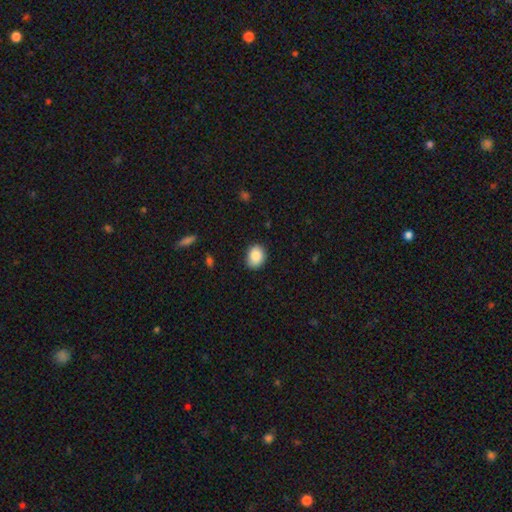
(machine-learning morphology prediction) smooth 87%, star or artifact 8%, featured or disk 6%. Down the decision tree: how rounded — in between (52%); merging — none (81%).